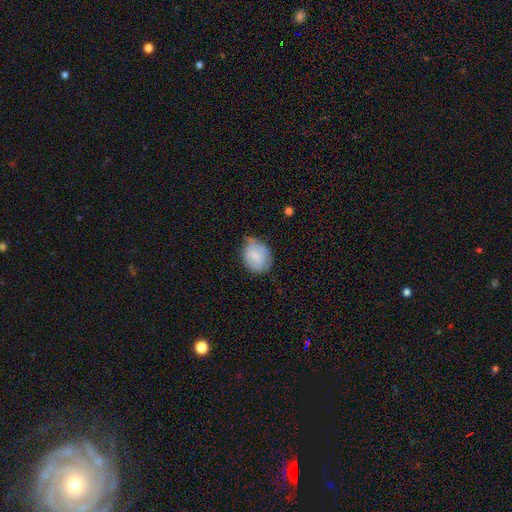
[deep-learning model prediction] This appears to be a smooth galaxy with no disk features (68%) that is in between round and cigar-shaped (57%). Merging: none (46%).